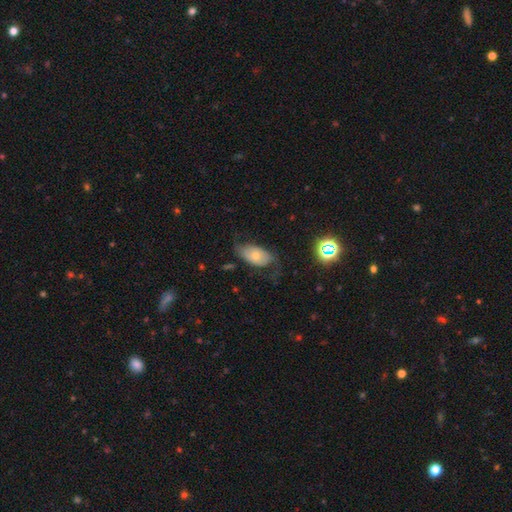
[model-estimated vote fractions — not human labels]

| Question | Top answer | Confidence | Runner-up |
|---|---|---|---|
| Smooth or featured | featured or disk | 52% | smooth (39%) |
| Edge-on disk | no | 91% | yes (9%) |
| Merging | none | 51% | minor disturbance (25%) |